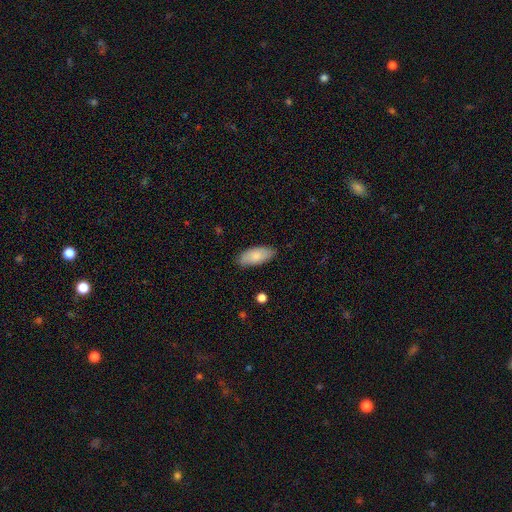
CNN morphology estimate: Smooth or featured?
  - smooth: 83% *
  - featured or disk: 11%
  - star or artifact: 6%
How rounded?
  - in between: 87% *
  - cigar-shaped: 11%
  - round: 2%
Merging?
  - none: 84% *
  - minor disturbance: 13%
  - major disturbance: 2%
  - merger: 1%